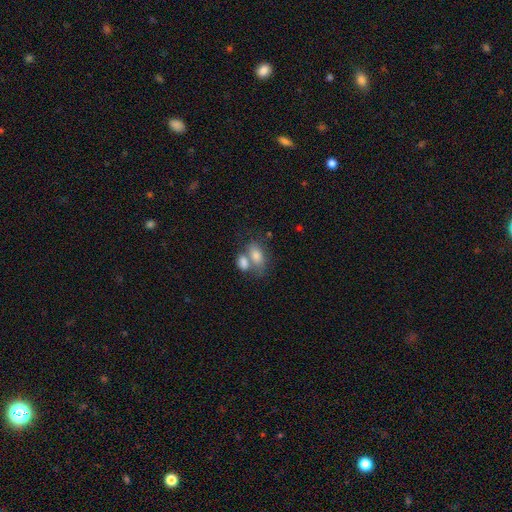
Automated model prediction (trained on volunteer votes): Overall: smooth (75%). How rounded: in between (85%). Merging: merger (50%; none 34%).